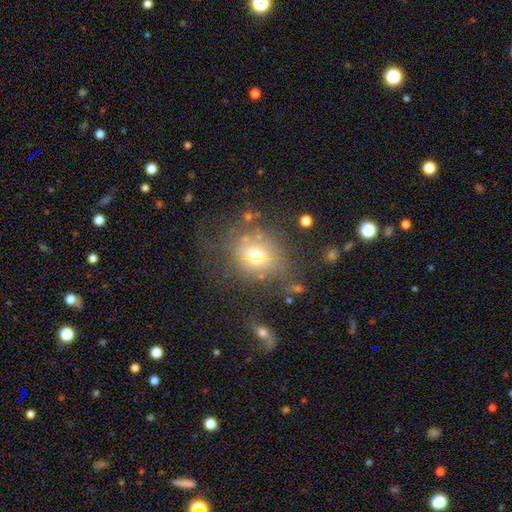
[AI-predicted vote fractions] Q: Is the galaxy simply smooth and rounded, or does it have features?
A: smooth — 57%.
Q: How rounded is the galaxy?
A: round — 70%.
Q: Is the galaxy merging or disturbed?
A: none — 58%.